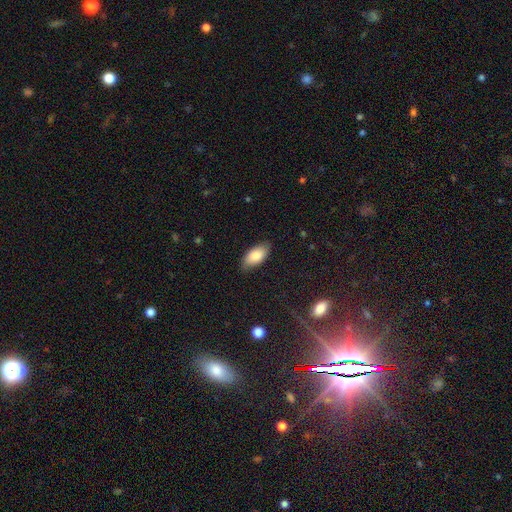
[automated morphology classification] This appears to be a smooth galaxy with no disk features (85%) that is in between round and cigar-shaped (92%). Merging: none (82%).